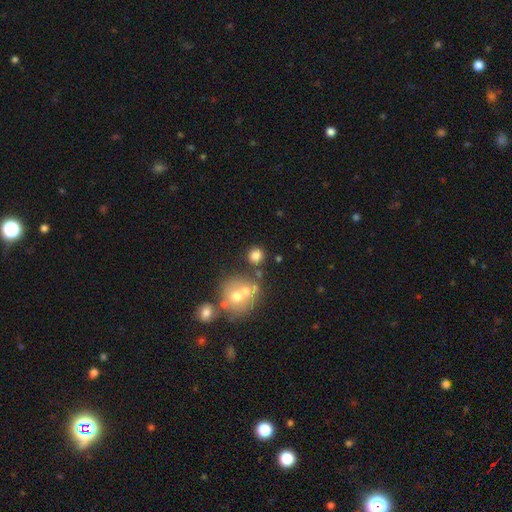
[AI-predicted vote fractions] Q: Smooth or featured?
A: smooth (76%); runner-up: star or artifact (13%)
Q: How rounded?
A: round (87%); runner-up: in between (12%)
Q: Merging?
A: none (68%); runner-up: merger (17%)